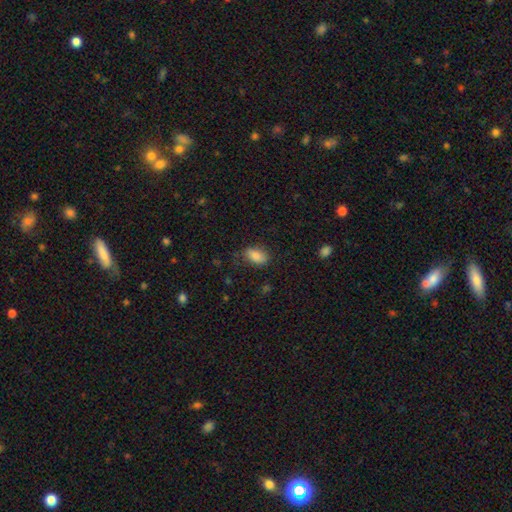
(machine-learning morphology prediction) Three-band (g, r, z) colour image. It shows a smooth galaxy with no disk features (84%) that is in between round and cigar-shaped (89%). Merging: none (76%).